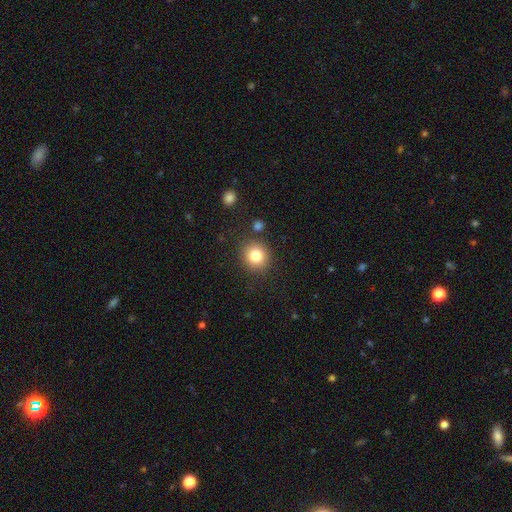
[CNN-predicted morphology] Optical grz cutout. It shows a smooth galaxy with no disk features (81%) that is round (87%). Merging: none (86%).